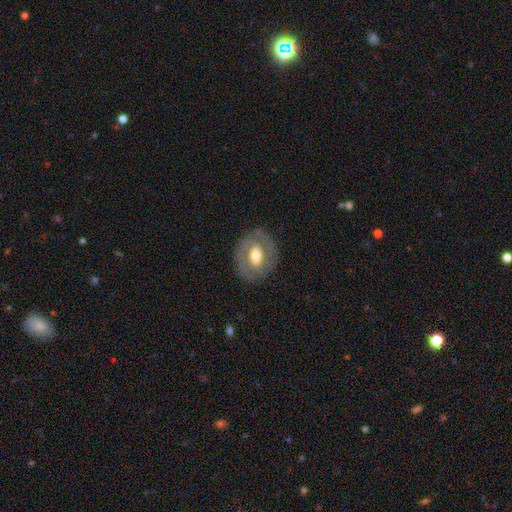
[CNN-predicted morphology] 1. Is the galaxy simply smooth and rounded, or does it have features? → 51% featured or disk, 42% smooth, 7% star or artifact.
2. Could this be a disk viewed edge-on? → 93% no, 7% yes.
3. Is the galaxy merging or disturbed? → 82% none, 12% minor disturbance, 5% major disturbance, 1% merger.